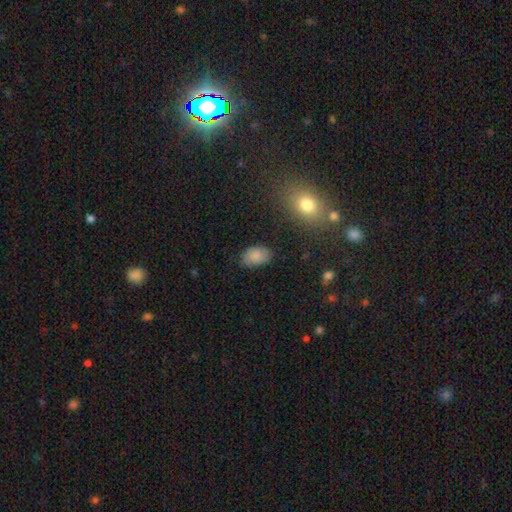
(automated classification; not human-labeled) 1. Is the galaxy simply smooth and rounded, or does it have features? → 82% smooth, 9% star or artifact, 9% featured or disk.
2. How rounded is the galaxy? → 89% in between, 9% round, 1% cigar-shaped.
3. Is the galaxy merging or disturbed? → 75% none, 20% minor disturbance, 4% major disturbance, 2% merger.